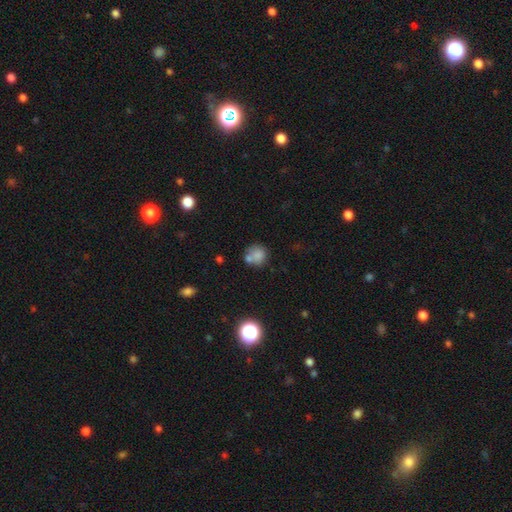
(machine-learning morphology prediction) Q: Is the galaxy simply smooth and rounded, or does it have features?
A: smooth — 77%.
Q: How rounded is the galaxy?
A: round — 86%.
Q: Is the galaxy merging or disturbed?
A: none — 55%.